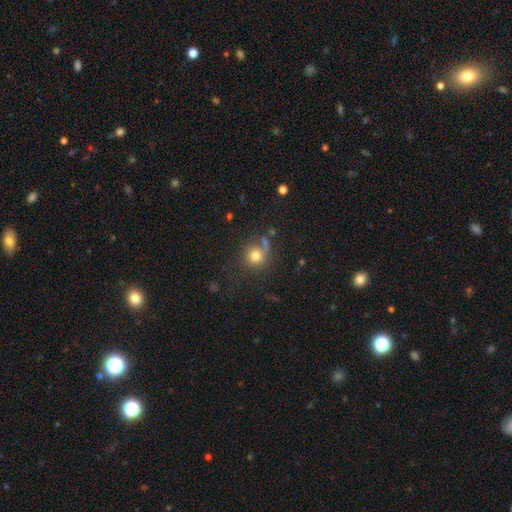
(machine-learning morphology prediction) Smooth or featured?
  - smooth: 77% *
  - star or artifact: 13%
  - featured or disk: 10%
How rounded?
  - round: 90% *
  - in between: 9%
  - cigar-shaped: 1%
Merging?
  - none: 68% *
  - minor disturbance: 15%
  - merger: 9%
  - major disturbance: 8%